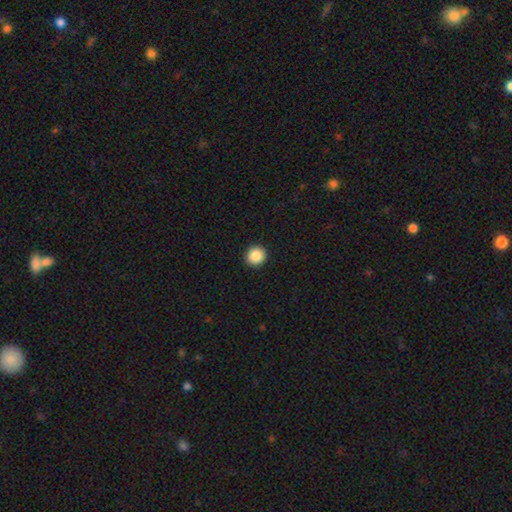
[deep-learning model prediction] Smooth or featured?
  - smooth: 88% *
  - star or artifact: 9%
  - featured or disk: 3%
How rounded?
  - round: 94% *
  - in between: 5%
  - cigar-shaped: 1%
Merging?
  - none: 93% *
  - minor disturbance: 4%
  - major disturbance: 1%
  - merger: 1%